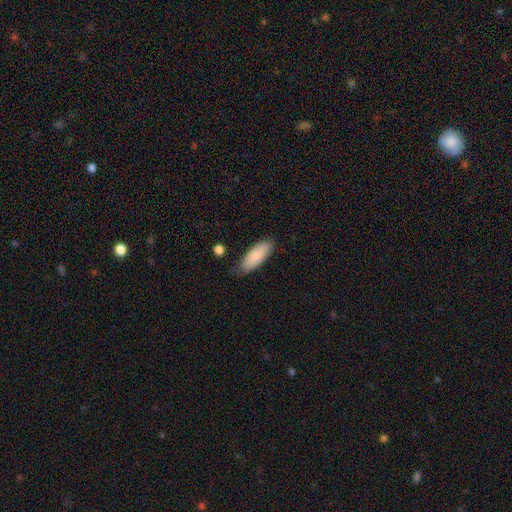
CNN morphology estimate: A smooth galaxy with no disk features (87%) that is in between round and cigar-shaped (68%).

Vote fractions:
- Smooth or featured? smooth: 87% / featured or disk: 7% / star or artifact: 6%
- How rounded? in between: 68% / cigar-shaped: 30% / round: 2%
- Merging? none: 79% / minor disturbance: 16% / major disturbance: 3% / merger: 2%